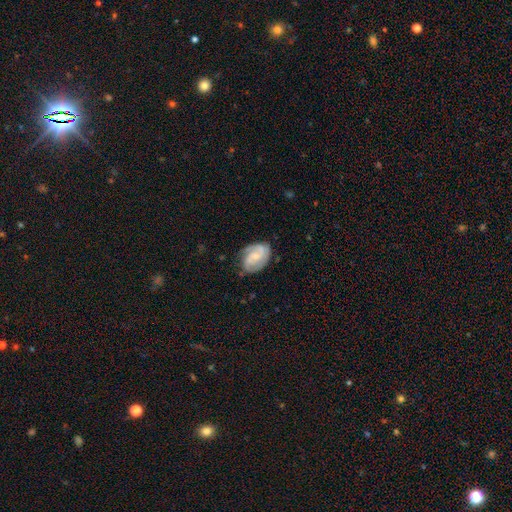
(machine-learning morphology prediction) This appears to be a featured or disk galaxy (77%) with no bar (50%), 2 (59%) medium (45%) spiral arms (94%) and a small central bulge (58%). Merging: none (68%).